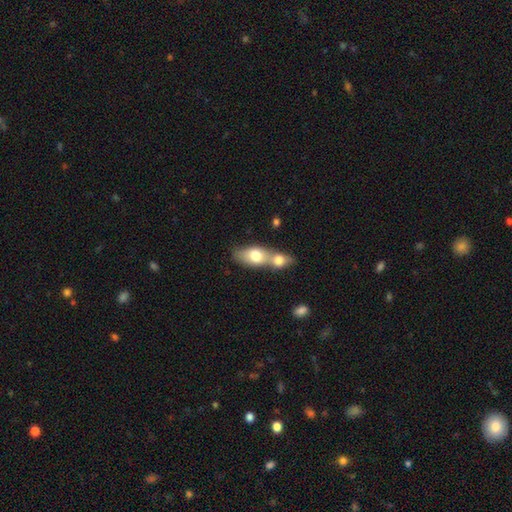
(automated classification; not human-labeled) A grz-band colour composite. It shows a smooth galaxy with no disk features (70%) that is in between round and cigar-shaped (78%). Merging: merger (72%).